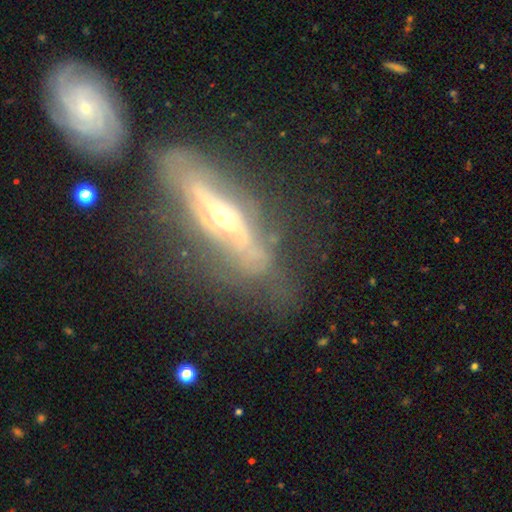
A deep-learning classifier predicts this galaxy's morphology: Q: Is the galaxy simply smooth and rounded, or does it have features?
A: featured or disk — 67%.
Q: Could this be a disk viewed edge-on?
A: no — 66%.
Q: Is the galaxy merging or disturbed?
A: none — 50%.